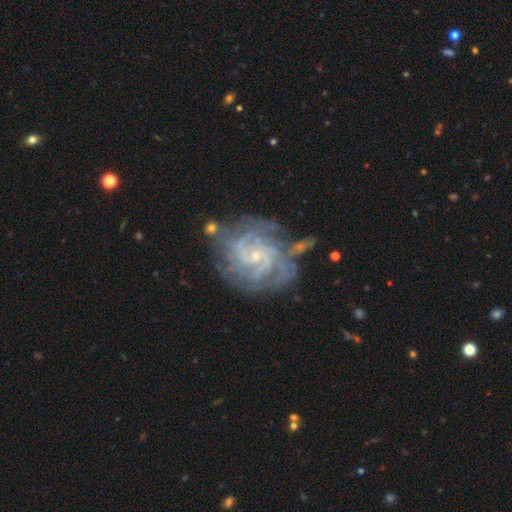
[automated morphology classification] Overall: featured or disk (89%). Edge-on disk: no (98%). Bar: no (61%; weak 31%). Spiral arms: yes (98%). Spiral arm count: 4 (25%; can't tell 21%). Spiral winding: tight (67%; medium 28%). Bulge size: small (85%). Merging: none (62%).